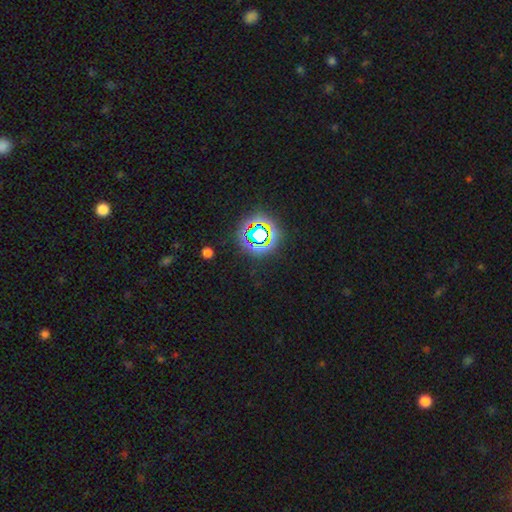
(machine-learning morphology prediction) star or artifact 76%, smooth 16%, featured or disk 8%.